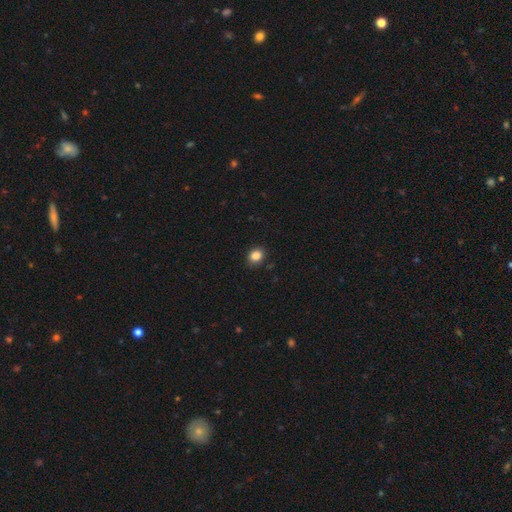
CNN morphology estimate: smooth_or_featured: smooth (p=0.85) [alt: star or artifact p=0.10]
how_rounded: round (p=0.54) [alt: in between p=0.45]
merging: none (p=0.88) [alt: minor disturbance p=0.09]